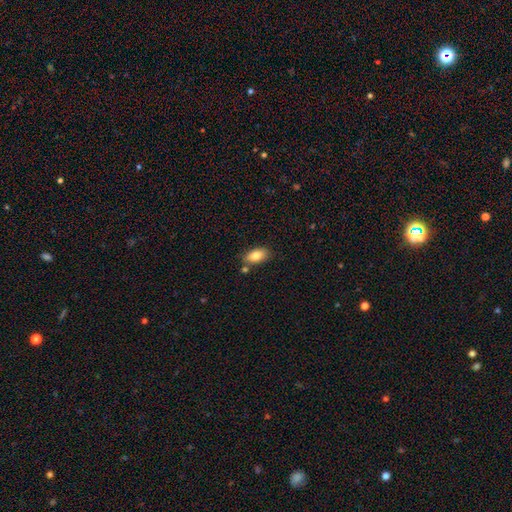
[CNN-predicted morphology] Smooth or featured? Predicted: smooth (p=0.83). How rounded? Predicted: in between (p=0.91). Merging? Predicted: none (p=0.77).